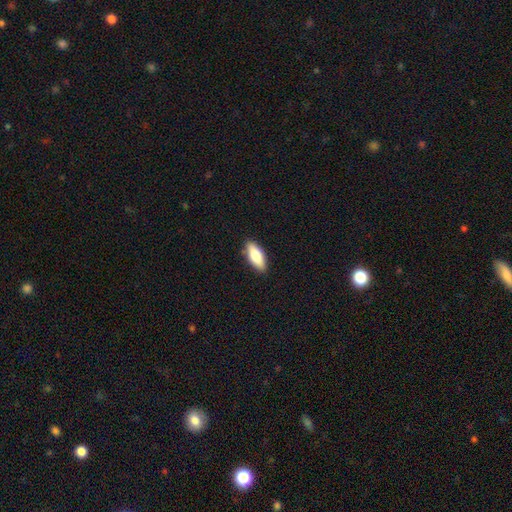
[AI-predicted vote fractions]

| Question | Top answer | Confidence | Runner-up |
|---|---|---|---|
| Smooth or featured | smooth | 75% | featured or disk (19%) |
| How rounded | in between | 77% | cigar-shaped (21%) |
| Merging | none | 89% | minor disturbance (9%) |